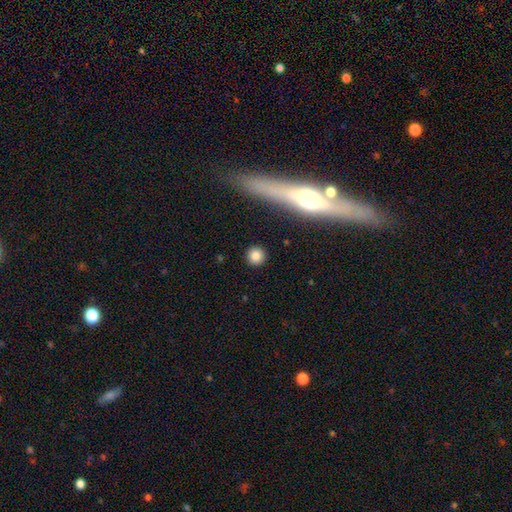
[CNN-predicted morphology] The model was most divided on "smooth or featured": smooth: 84%, star or artifact: 10%, featured or disk: 6%. More confident: how rounded — round (93%); merging — none (91%).